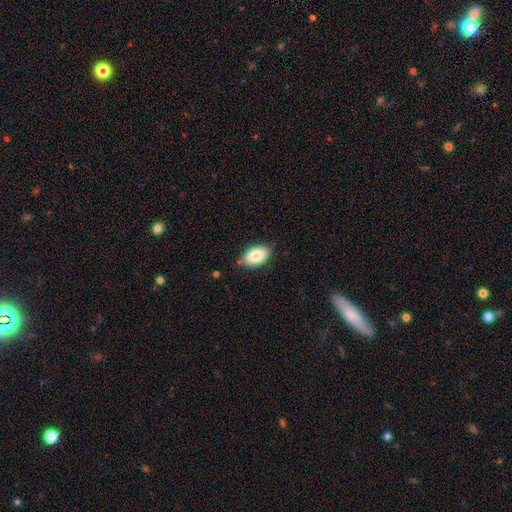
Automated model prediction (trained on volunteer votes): smooth 84%, featured or disk 9%, star or artifact 7%. Down the decision tree: how rounded — in between (93%); merging — none (80%).